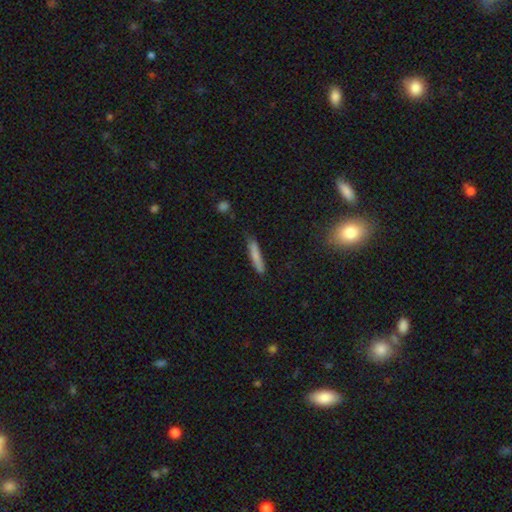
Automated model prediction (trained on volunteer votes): Smooth or featured?
  - smooth: 77% *
  - featured or disk: 16%
  - star or artifact: 7%
How rounded?
  - cigar-shaped: 90% *
  - in between: 8%
  - round: 2%
Merging?
  - none: 73% *
  - minor disturbance: 21%
  - major disturbance: 4%
  - merger: 2%